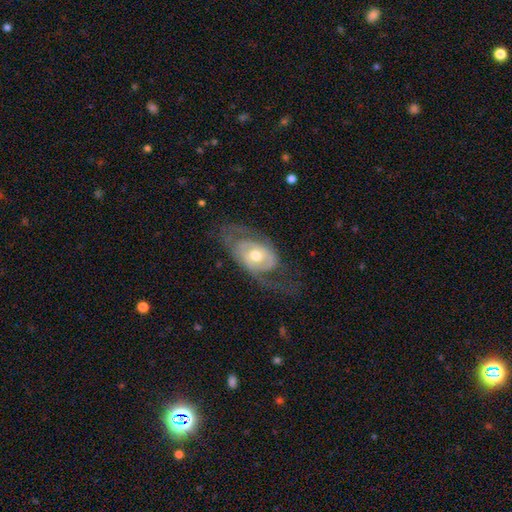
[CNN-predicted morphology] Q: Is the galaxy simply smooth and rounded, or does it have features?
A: featured or disk — 74%.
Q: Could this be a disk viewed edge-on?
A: no — 93%.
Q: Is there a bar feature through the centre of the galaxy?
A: no — 67%.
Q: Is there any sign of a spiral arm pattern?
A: yes — 77%.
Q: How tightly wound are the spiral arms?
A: medium — 40%.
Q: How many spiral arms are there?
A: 2 — 64%.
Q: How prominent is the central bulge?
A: moderate — 73%.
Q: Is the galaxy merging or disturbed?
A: none — 52%.